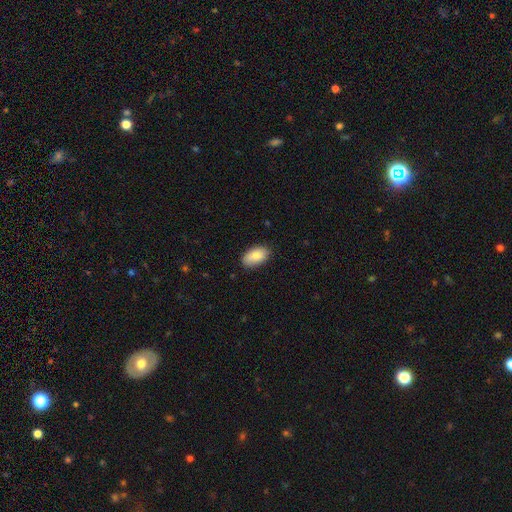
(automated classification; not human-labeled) This is clearly a smooth galaxy (87%). How rounded: clearly in between (94%). Merging: clearly none (81%).